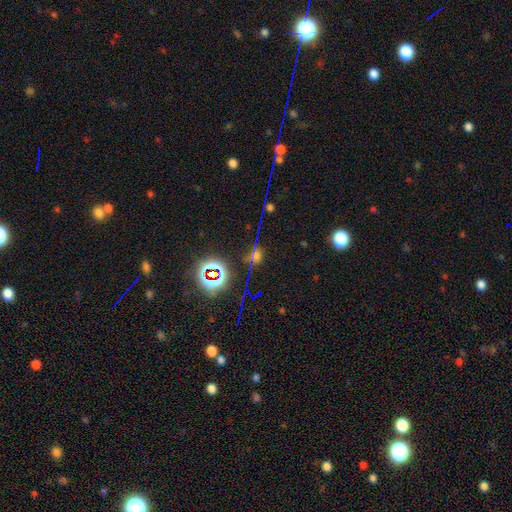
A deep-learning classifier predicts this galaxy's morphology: This appears to be a star or artifact, not a galaxy (67%).